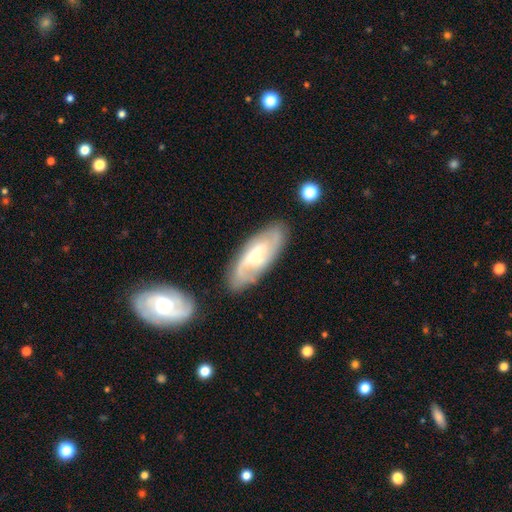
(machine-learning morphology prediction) Overall: featured or disk (72%). Edge-on disk: no (90%). Bar: weak (48%; no 37%). Spiral arms: yes (92%). Spiral arm count: 2 (57%; can't tell 22%). Spiral winding: medium (45%; tight 29%). Bulge size: small (54%; moderate 38%). Merging: none (77%).